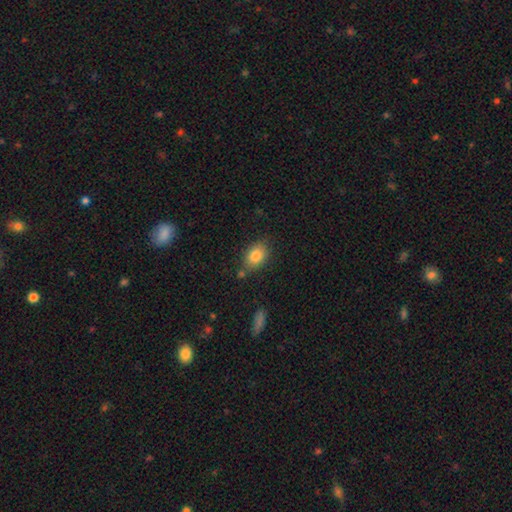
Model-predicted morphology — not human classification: The model was most divided on "how rounded": in between: 76%, round: 23%, cigar-shaped: 1%. More confident: smooth or featured — smooth (83%); merging — none (77%).